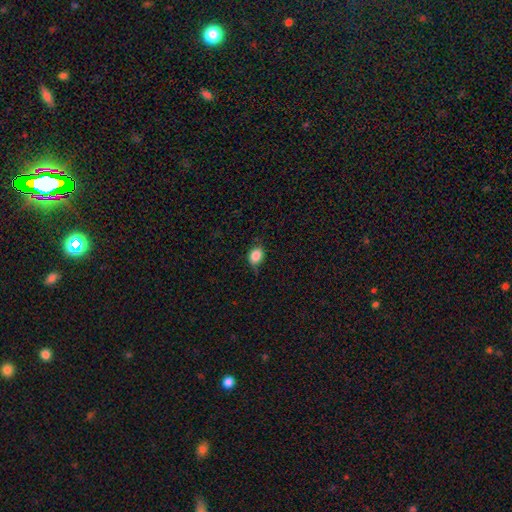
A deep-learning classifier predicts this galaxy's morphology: type=smooth (86%); roundness=in between (67%); merging=none (69%).